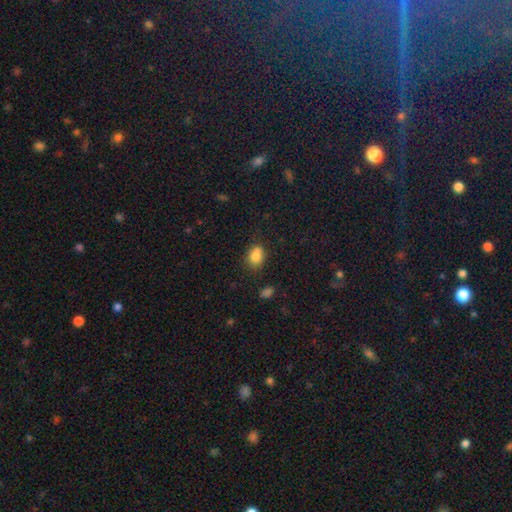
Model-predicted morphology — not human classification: Smooth or featured? Predicted: smooth (p=0.80). How rounded? Predicted: in between (p=0.63). Merging? Predicted: none (p=0.57).